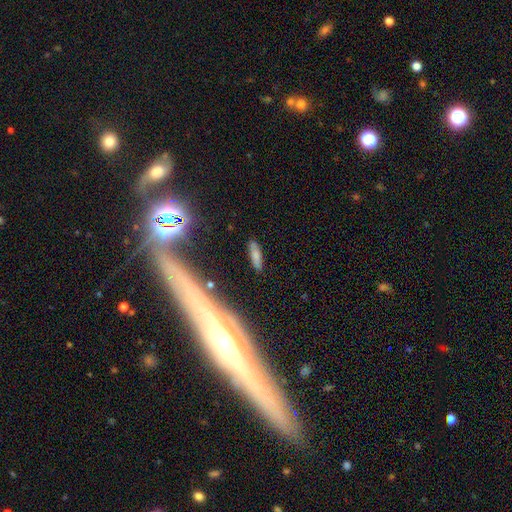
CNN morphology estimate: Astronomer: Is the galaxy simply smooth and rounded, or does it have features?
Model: smooth — 75%.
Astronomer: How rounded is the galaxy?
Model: cigar-shaped — 54% (runner-up: in between, 44%).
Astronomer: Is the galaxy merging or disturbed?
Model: none — 83%.